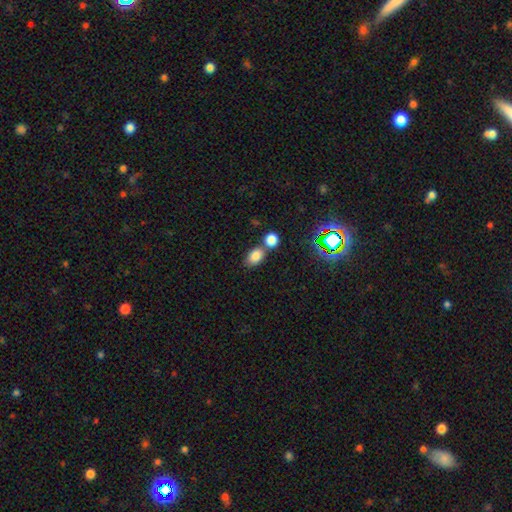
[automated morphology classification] smooth_or_featured: smooth (p=0.80) [alt: star or artifact p=0.13]
how_rounded: in between (p=0.78) [alt: round p=0.21]
merging: none (p=0.52) [alt: merger p=0.34]